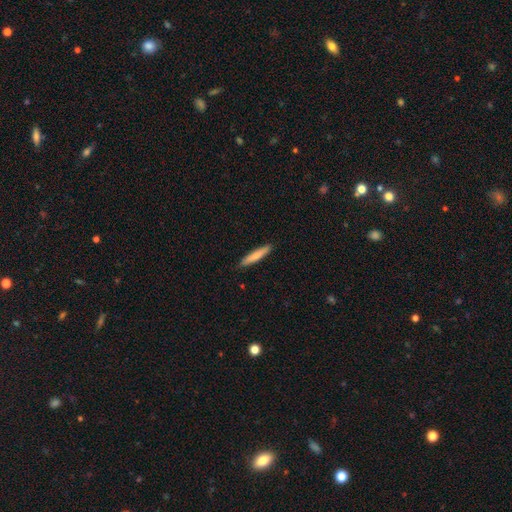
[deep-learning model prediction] smooth_or_featured: smooth (p=0.75) [alt: featured or disk p=0.20]
how_rounded: cigar-shaped (p=0.92) [alt: in between p=0.07]
merging: none (p=0.90) [alt: minor disturbance p=0.07]